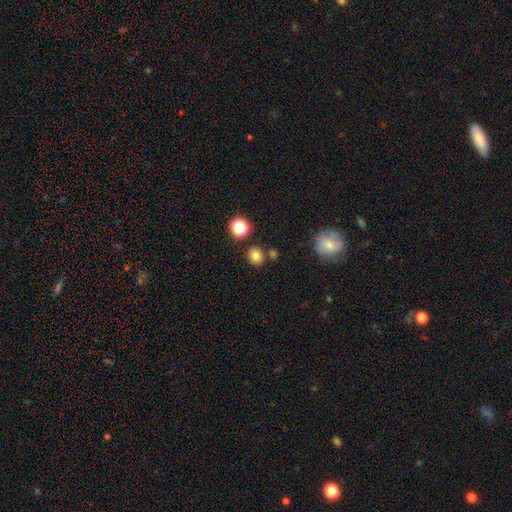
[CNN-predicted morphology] A smooth galaxy with no disk features (80%) that is round (82%). Merging: none (80%).